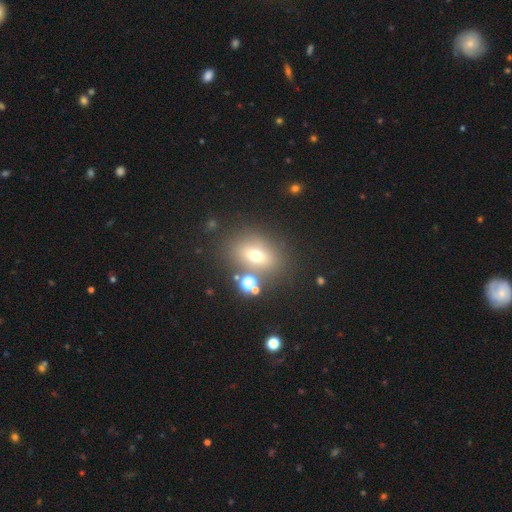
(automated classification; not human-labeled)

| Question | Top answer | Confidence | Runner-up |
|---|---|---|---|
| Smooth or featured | smooth | 62% | star or artifact (20%) |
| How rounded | in between | 61% | round (37%) |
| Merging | none | 73% | minor disturbance (12%) |